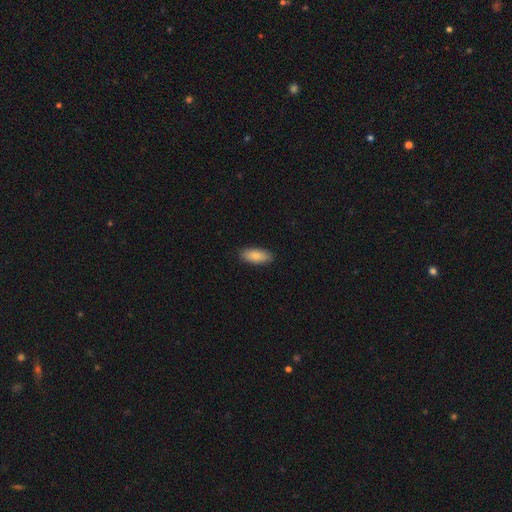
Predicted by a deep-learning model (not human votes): Smooth or featured? smooth (84%)
How rounded? in between (82%)
Merging? none (88%)